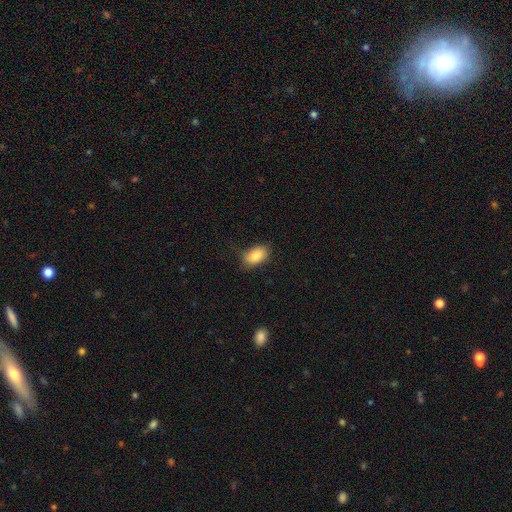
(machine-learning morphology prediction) Smooth or featured? smooth (85%)
How rounded? in between (91%)
Merging? none (78%)